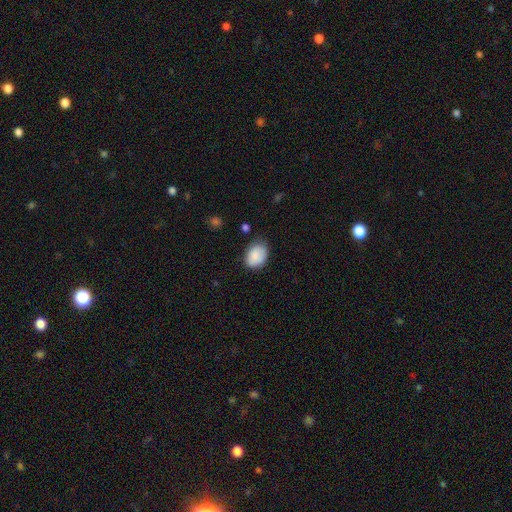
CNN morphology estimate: smooth 87%, star or artifact 7%, featured or disk 6%. Down the decision tree: how rounded — in between (73%); merging — none (70%).